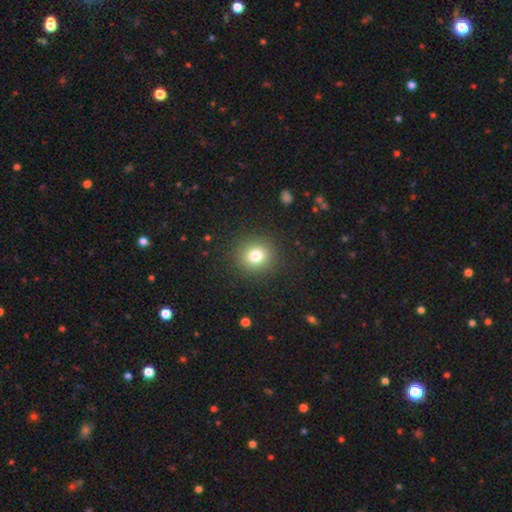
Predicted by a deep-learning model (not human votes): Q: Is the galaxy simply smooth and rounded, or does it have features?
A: smooth — 78%.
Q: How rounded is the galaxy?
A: round — 89%.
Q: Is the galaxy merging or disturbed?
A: none — 90%.